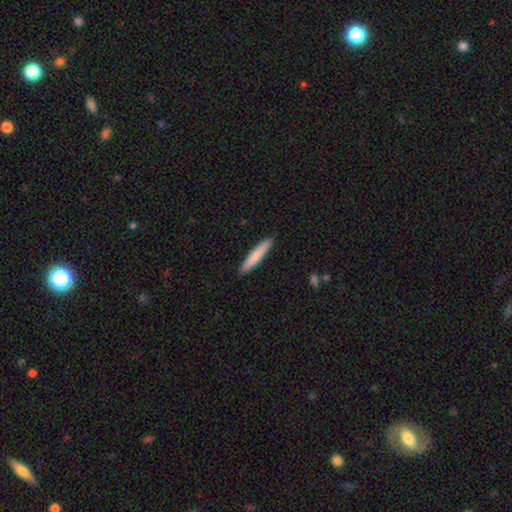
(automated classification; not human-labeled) smooth-or-featured: smooth: 79% | featured or disk: 16% | star or artifact: 5%
  how-rounded: cigar-shaped: 93% | in between: 5% | round: 1%
  merging: none: 92% | minor disturbance: 6% | major disturbance: 1% | merger: 1%